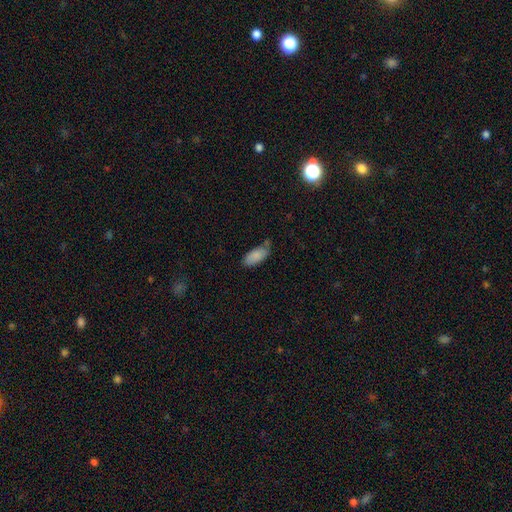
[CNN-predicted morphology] Q: Smooth or featured?
A: smooth (86%); runner-up: star or artifact (7%)
Q: How rounded?
A: in between (89%); runner-up: cigar-shaped (9%)
Q: Merging?
A: none (56%); runner-up: minor disturbance (30%)